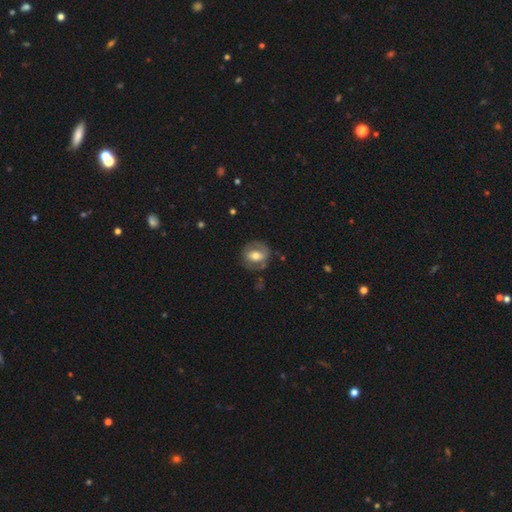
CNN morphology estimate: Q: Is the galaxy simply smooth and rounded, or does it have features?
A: featured or disk — 48%.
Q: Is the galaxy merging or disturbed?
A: none — 69%.